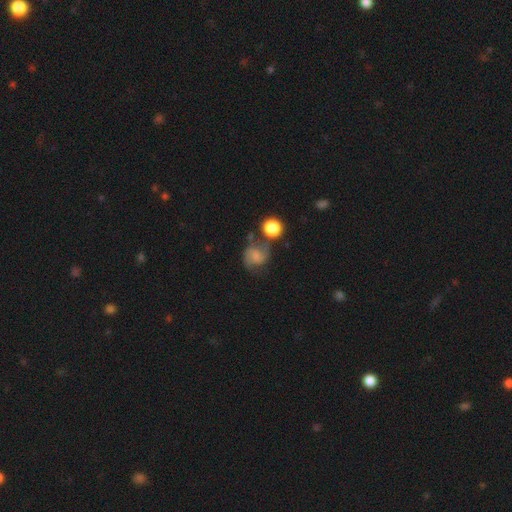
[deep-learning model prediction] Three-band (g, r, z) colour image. It shows a featured or disk galaxy (58%) with no bar (52%), 2 (86%) medium (50%) spiral arms (92%) and a small central bulge (40%). Merging: none (58%).